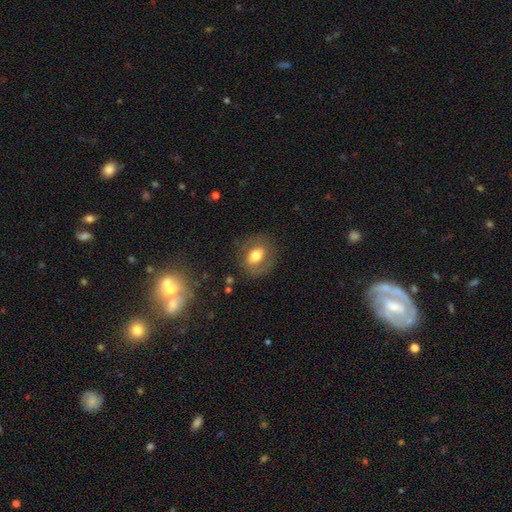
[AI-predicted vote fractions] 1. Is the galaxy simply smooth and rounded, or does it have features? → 58% smooth, 34% featured or disk, 8% star or artifact.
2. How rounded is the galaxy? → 54% in between, 44% round, 1% cigar-shaped.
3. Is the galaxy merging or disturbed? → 75% none, 15% minor disturbance, 8% major disturbance, 2% merger.